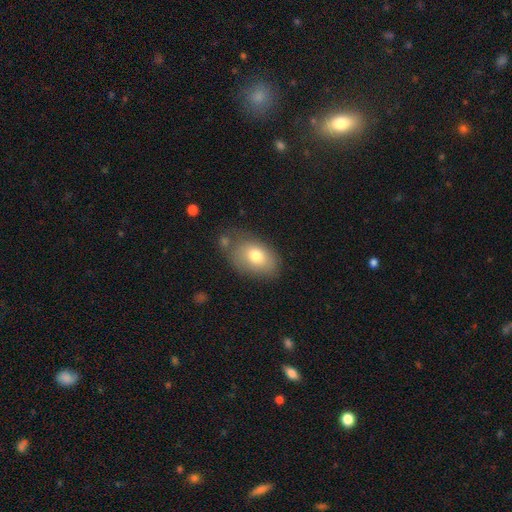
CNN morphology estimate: This appears to be a smooth galaxy with no disk features (75%) that is in between round and cigar-shaped (85%). Merging: none (61%).